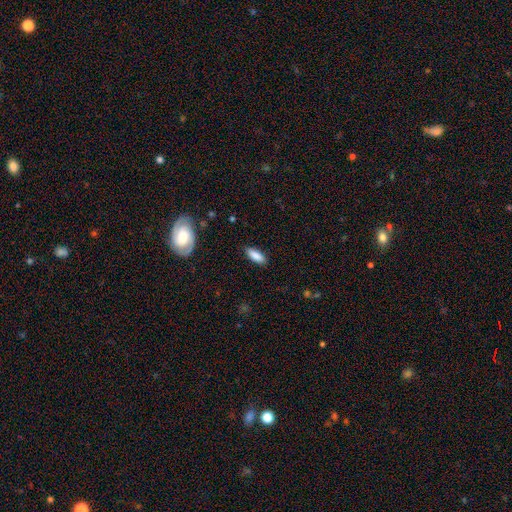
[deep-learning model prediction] A smooth galaxy with no disk features (85%) that is in between round and cigar-shaped (69%). Merging: none (86%).